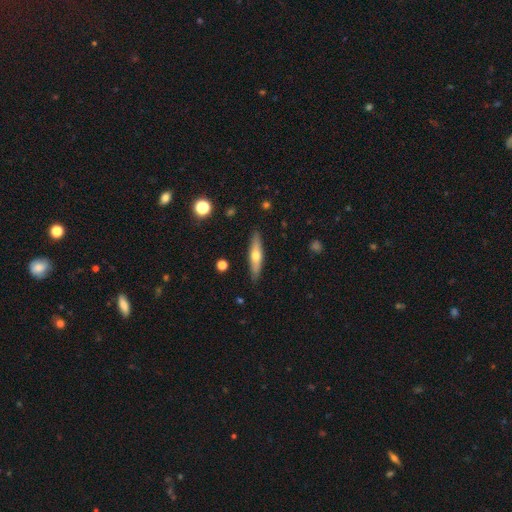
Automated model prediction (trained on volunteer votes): A featured or disk galaxy (48%).

Vote fractions:
- Smooth or featured? featured or disk: 48% / smooth: 46% / star or artifact: 6%
- Merging? none: 88% / minor disturbance: 8% / major disturbance: 2% / merger: 1%